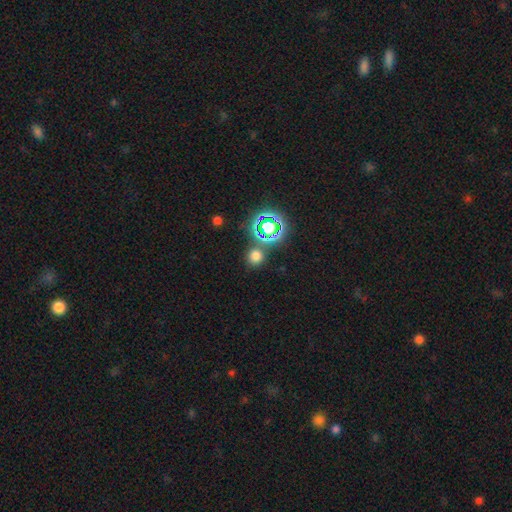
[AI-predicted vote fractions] A smooth galaxy with no disk features (64%) that is round (86%).

Vote fractions:
- Smooth or featured? smooth: 64% / star or artifact: 30% / featured or disk: 6%
- How rounded? round: 86% / in between: 13% / cigar-shaped: 1%
- Merging? none: 81% / merger: 8% / minor disturbance: 8% / major disturbance: 3%